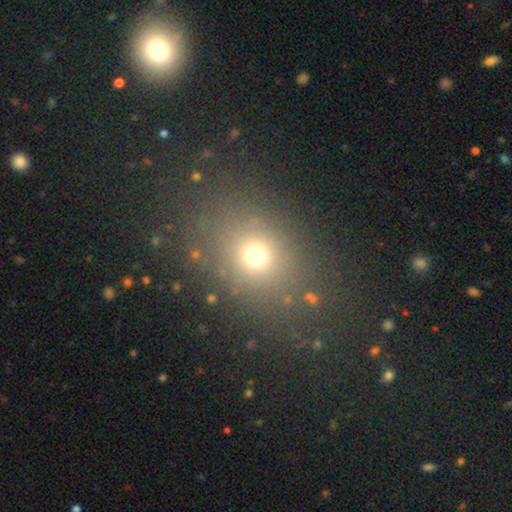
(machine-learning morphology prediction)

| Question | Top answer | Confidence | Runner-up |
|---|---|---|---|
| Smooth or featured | smooth | 68% | star or artifact (22%) |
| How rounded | round | 61% | in between (37%) |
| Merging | none | 77% | minor disturbance (12%) |